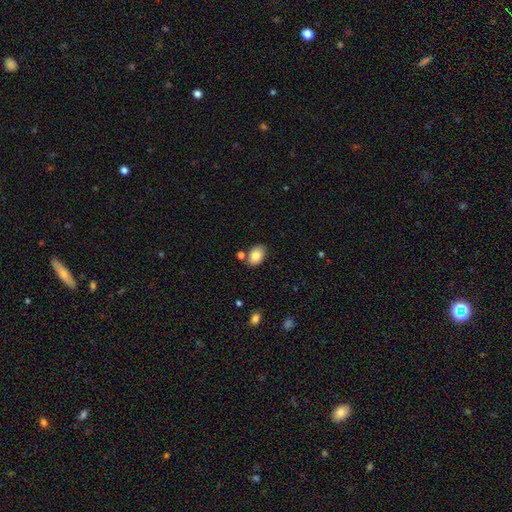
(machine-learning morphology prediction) Q: Smooth or featured?
A: smooth (83%); runner-up: featured or disk (10%)
Q: How rounded?
A: in between (85%); runner-up: round (14%)
Q: Merging?
A: none (74%); runner-up: minor disturbance (14%)